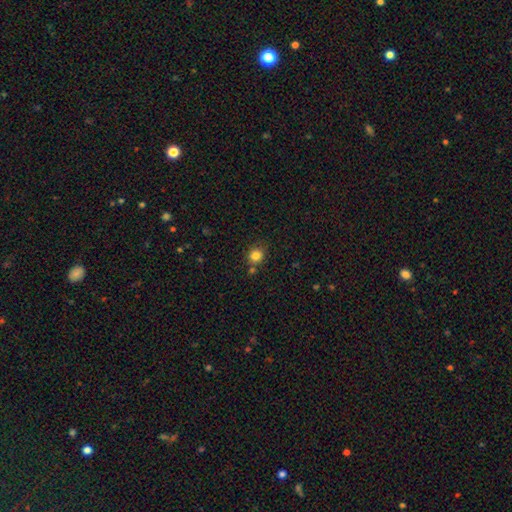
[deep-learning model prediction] Overall: smooth (83%). How rounded: round (82%). Merging: none (72%).